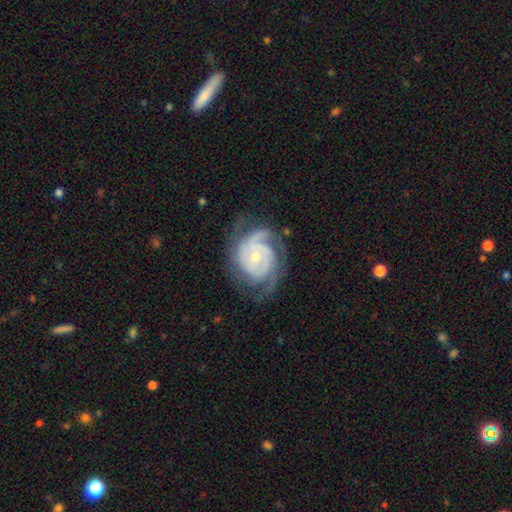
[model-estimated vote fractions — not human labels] smooth_or_featured: featured or disk (p=0.89) [alt: smooth p=0.06]
disk_edge_on: no (p=0.98) [alt: yes p=0.02]
bar: no (p=0.73) [alt: weak p=0.22]
has_spiral_arms: yes (p=0.97) [alt: no p=0.03]
spiral_winding: tight (p=0.65) [alt: medium p=0.29]
spiral_arm_count: 3 (p=0.40) [alt: 2 p=0.22]
bulge_size: small (p=0.54) [alt: moderate p=0.42]
merging: none (p=0.66) [alt: minor disturbance p=0.20]